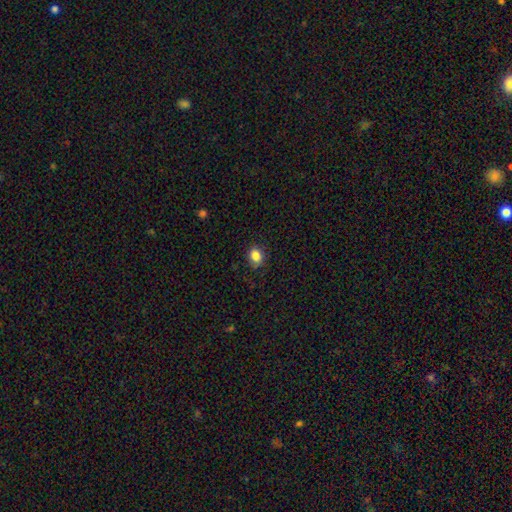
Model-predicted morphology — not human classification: smooth_or_featured: smooth (p=0.85) [alt: star or artifact p=0.10]
how_rounded: in between (p=0.55) [alt: round p=0.44]
merging: none (p=0.84) [alt: minor disturbance p=0.12]